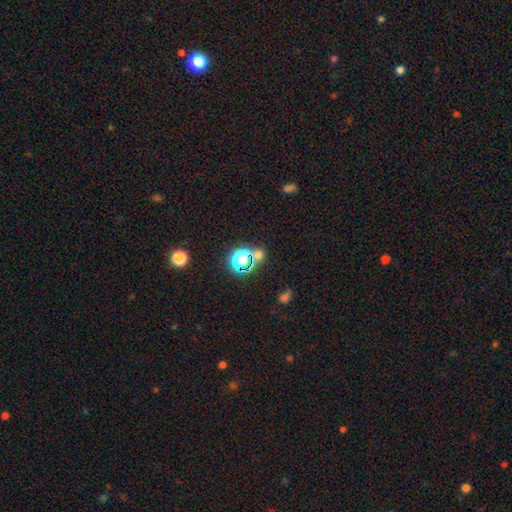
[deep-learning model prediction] This is possibly a star or artifact rather than a galaxy (56%).